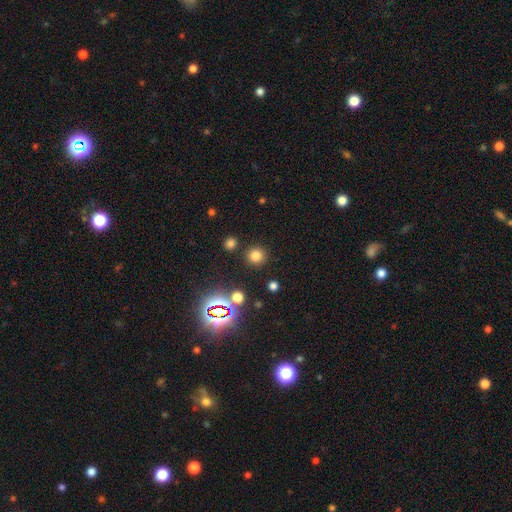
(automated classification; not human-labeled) smooth-or-featured: smooth: 74% | star or artifact: 20% | featured or disk: 6%
  how-rounded: round: 92% | in between: 7% | cigar-shaped: 1%
  merging: none: 87% | minor disturbance: 6% | merger: 4% | major disturbance: 3%